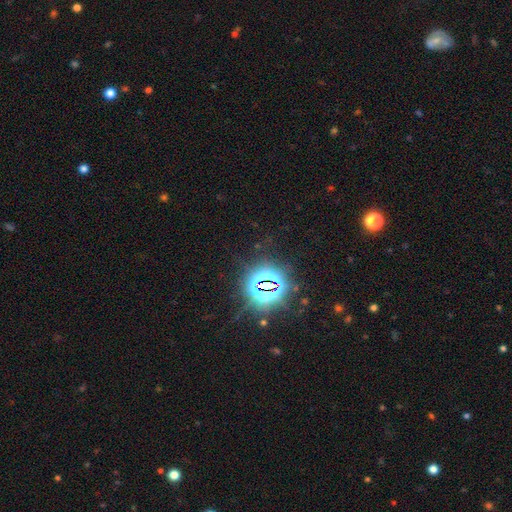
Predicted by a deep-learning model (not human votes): Smooth or featured? Predicted: star or artifact (p=0.83).